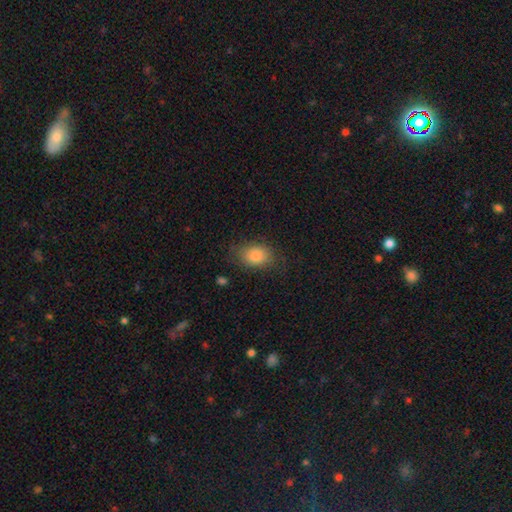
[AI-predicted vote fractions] Smooth or featured: smooth — 85% (star or artifact — 8%)
How rounded: in between — 79% (round — 20%)
Merging: none — 75% (minor disturbance — 18%)